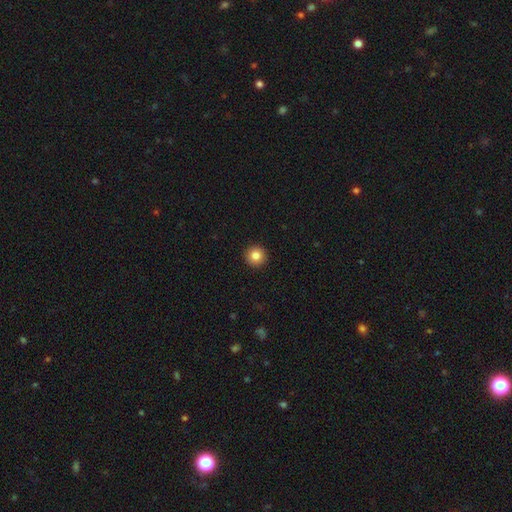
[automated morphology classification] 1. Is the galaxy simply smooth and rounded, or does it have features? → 84% smooth, 11% star or artifact, 5% featured or disk.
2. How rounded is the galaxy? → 96% round, 3% in between, 1% cigar-shaped.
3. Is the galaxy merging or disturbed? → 94% none, 4% minor disturbance, 1% major disturbance, 1% merger.